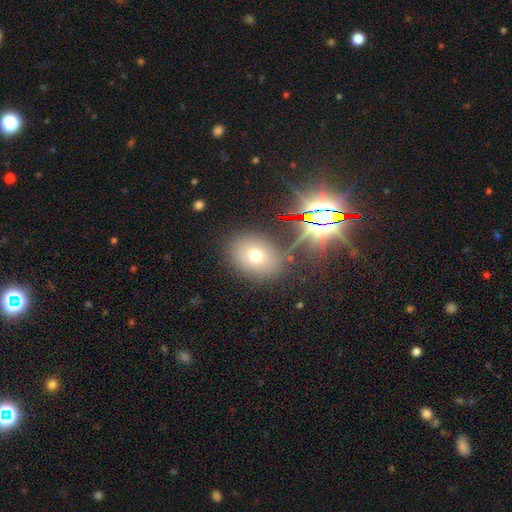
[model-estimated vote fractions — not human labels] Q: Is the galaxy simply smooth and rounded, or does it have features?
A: smooth — 64%.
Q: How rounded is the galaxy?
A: in between — 51%.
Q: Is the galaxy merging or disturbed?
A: none — 82%.